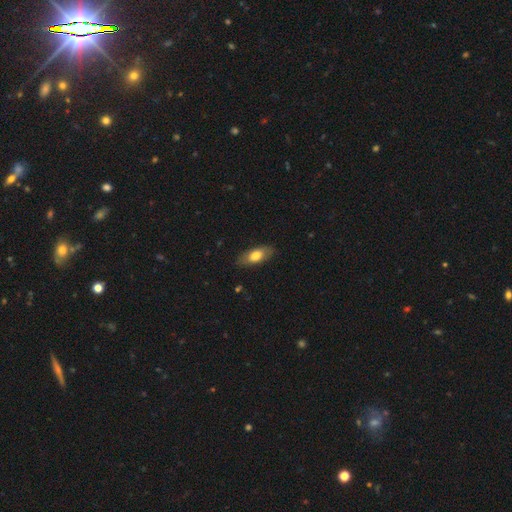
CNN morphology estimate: type=smooth (73%); roundness=in between (85%); merging=none (83%).